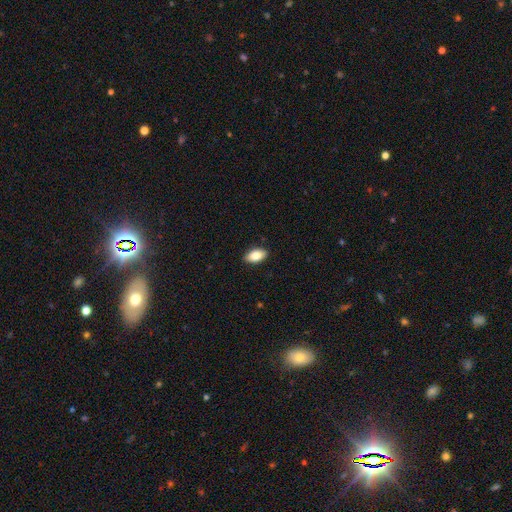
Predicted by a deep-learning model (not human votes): Smooth or featured? Predicted: smooth (p=0.84). How rounded? Predicted: in between (p=0.92). Merging? Predicted: none (p=0.89).